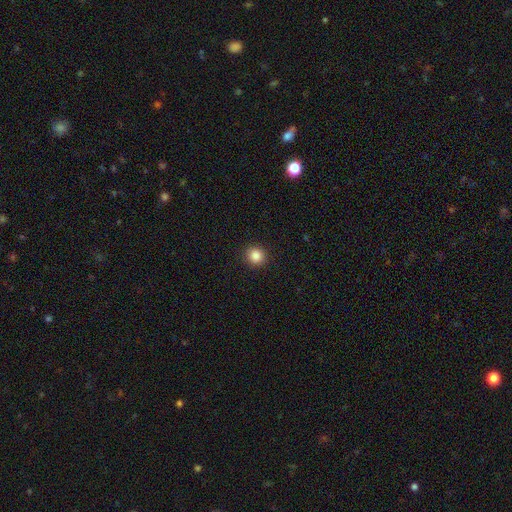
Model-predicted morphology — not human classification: smooth-or-featured: smooth: 85% | star or artifact: 11% | featured or disk: 4%
  how-rounded: round: 91% | in between: 8% | cigar-shaped: 1%
  merging: none: 92% | minor disturbance: 5% | major disturbance: 2% | merger: 1%